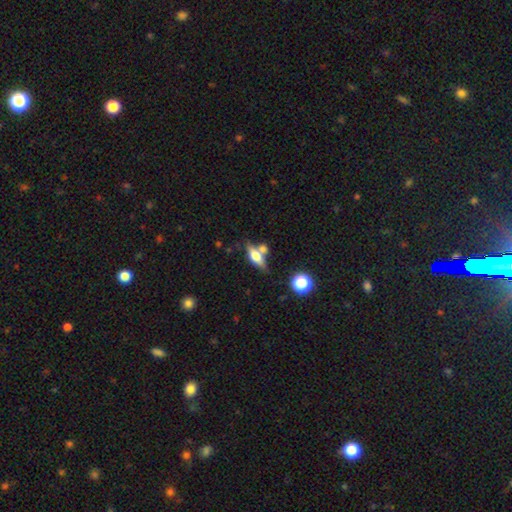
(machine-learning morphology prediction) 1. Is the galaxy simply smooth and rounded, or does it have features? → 53% smooth, 38% featured or disk, 10% star or artifact.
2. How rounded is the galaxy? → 62% in between, 30% cigar-shaped, 8% round.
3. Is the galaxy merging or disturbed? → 54% none, 27% merger, 13% minor disturbance, 5% major disturbance.